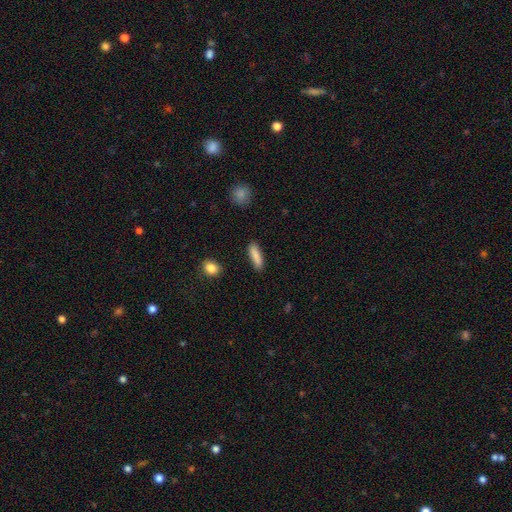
Q: Smooth or featured?
A: smooth (85%); runner-up: star or artifact (10%)
Q: How rounded?
A: cigar-shaped (85%); runner-up: in between (12%)
Q: Merging?
A: none (81%); runner-up: minor disturbance (17%)